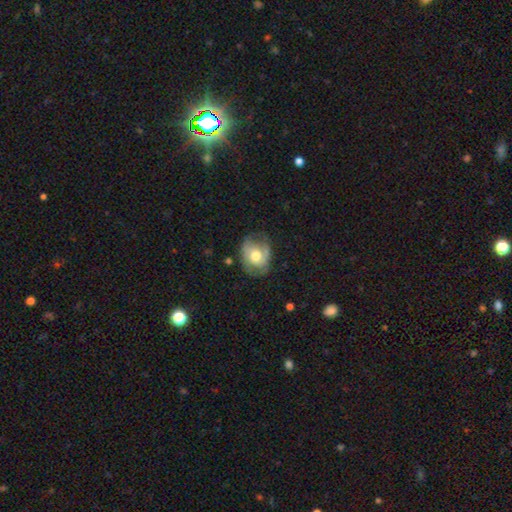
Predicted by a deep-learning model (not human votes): A featured or disk galaxy (56%) with no bar (73%), spiral arms (73%) and a moderate central bulge (65%). Merging: none (61%).